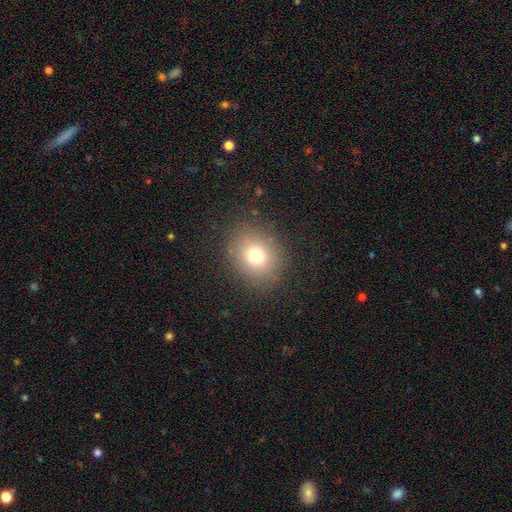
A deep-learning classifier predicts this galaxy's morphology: This is likely a smooth galaxy (74%). How rounded: likely round (67%). Merging: clearly none (85%).